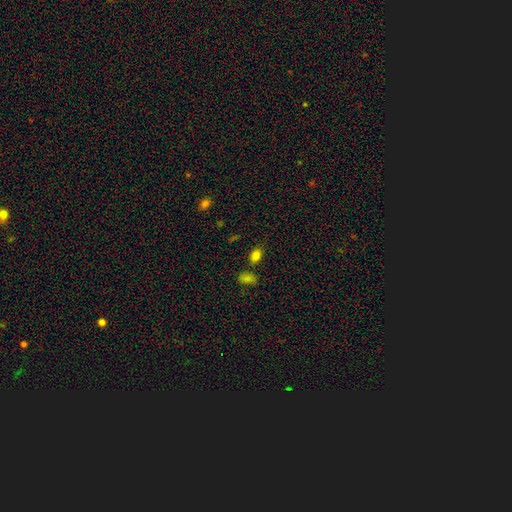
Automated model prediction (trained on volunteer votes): Smooth or featured: smooth — 82% (star or artifact — 13%)
How rounded: in between — 82% (round — 17%)
Merging: none — 76% (minor disturbance — 13%)